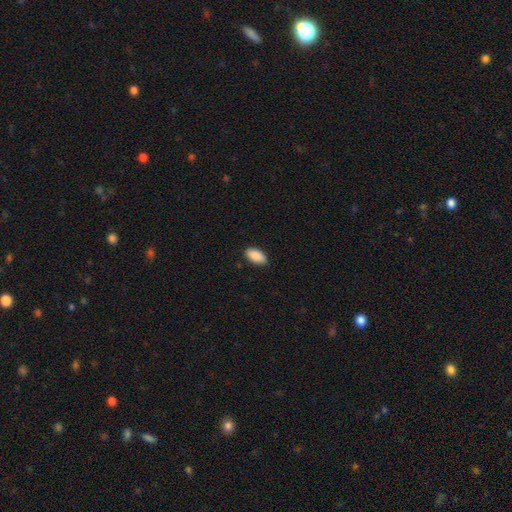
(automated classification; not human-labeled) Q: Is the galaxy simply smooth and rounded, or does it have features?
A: smooth — 90%.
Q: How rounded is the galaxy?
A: in between — 95%.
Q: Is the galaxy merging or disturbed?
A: none — 87%.